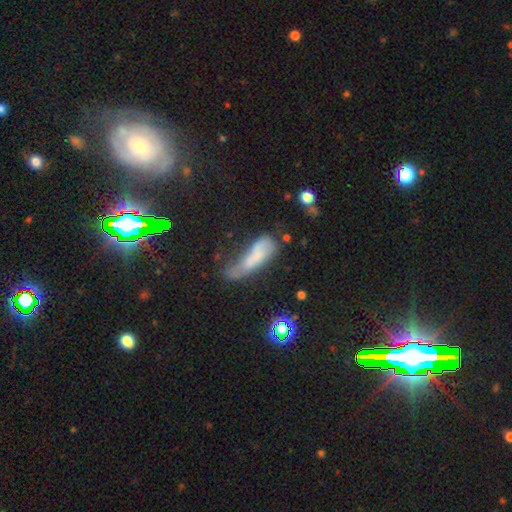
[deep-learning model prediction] This appears to be a smooth galaxy with no disk features (60%) that is cigar-shaped (54%). Merging: major disturbance (37%).